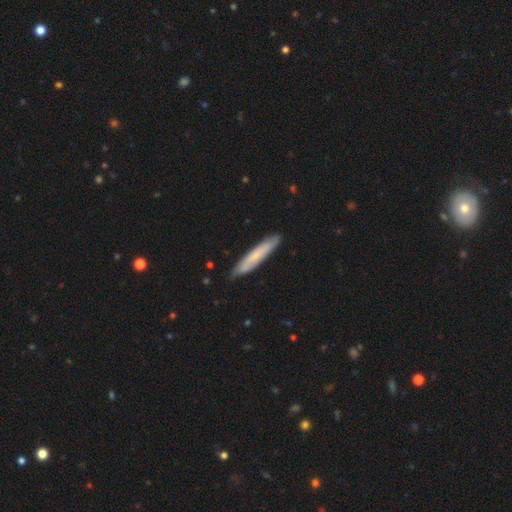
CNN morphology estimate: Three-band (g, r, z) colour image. It shows a smooth galaxy with no disk features (62%) that is cigar-shaped (91%). Merging: none (87%).